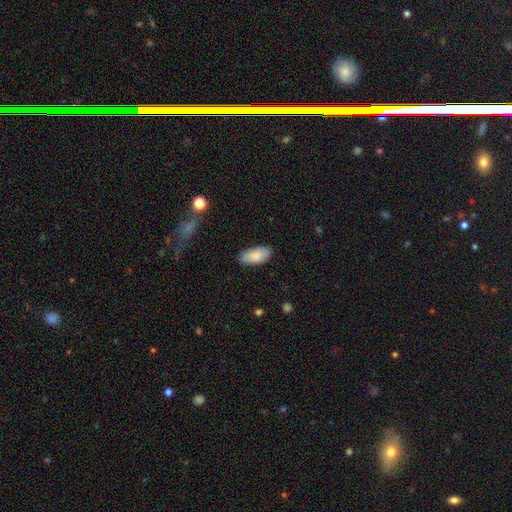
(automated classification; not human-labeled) Overall: smooth (86%). How rounded: in between (91%). Merging: none (86%).